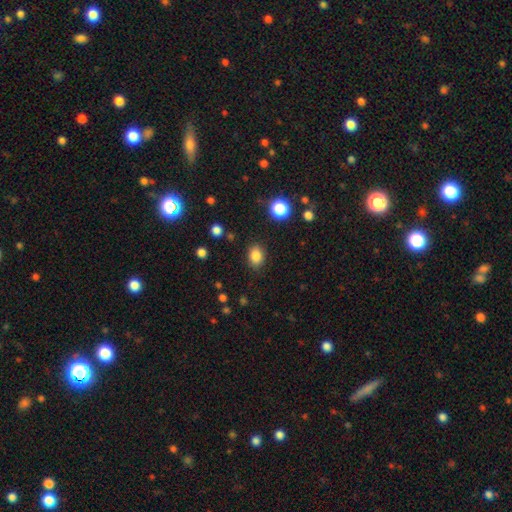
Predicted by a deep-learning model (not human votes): Smooth or featured? smooth (85%)
How rounded? in between (61%)
Merging? none (86%)